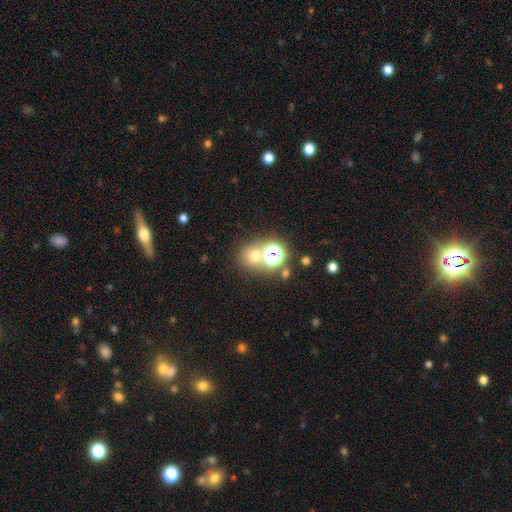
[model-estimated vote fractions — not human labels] This appears to be a smooth galaxy with no disk features (59%) that is round (83%). Merging: none (58%).